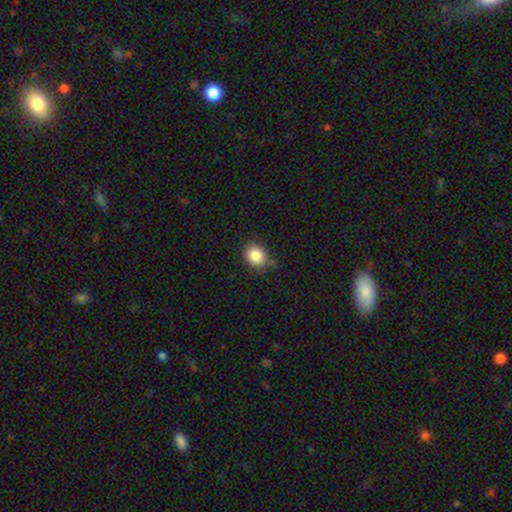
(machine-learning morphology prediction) Smooth or featured: smooth — 86% (star or artifact — 9%)
How rounded: round — 65% (in between — 34%)
Merging: none — 74% (minor disturbance — 20%)